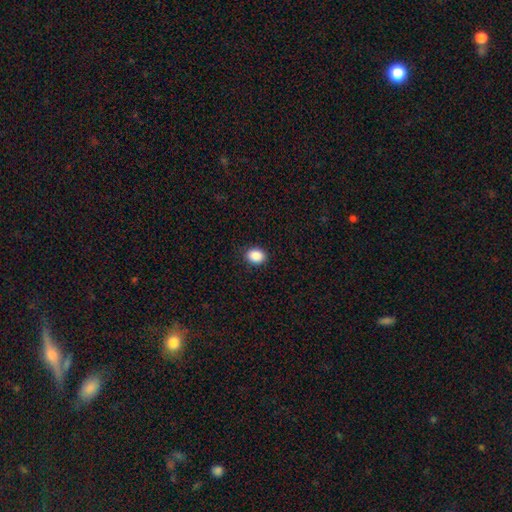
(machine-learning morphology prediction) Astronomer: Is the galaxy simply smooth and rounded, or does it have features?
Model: smooth — 89%.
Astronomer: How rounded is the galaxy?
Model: in between — 60% (runner-up: round, 39%).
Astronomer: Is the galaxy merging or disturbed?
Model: none — 89%.